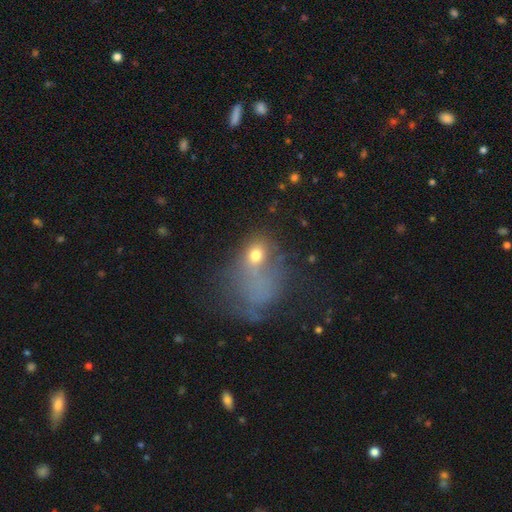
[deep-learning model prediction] Overall: smooth (57%; featured or disk 26%). How rounded: in between (61%; round 36%). Merging: major disturbance (51%; none 20%).